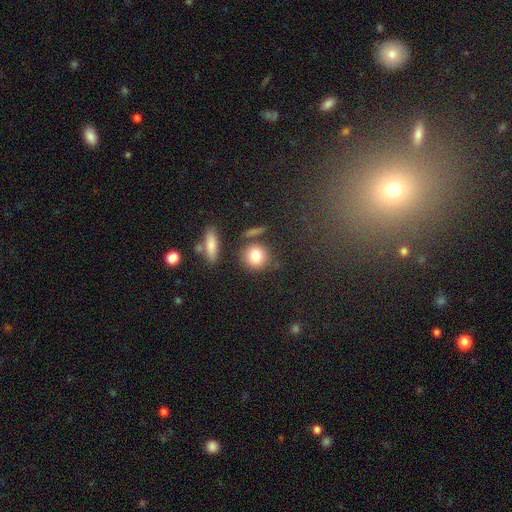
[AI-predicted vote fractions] smooth_or_featured: smooth (p=0.82) [alt: star or artifact p=0.09]
how_rounded: round (p=0.80) [alt: in between p=0.17]
merging: none (p=0.72) [alt: minor disturbance p=0.12]